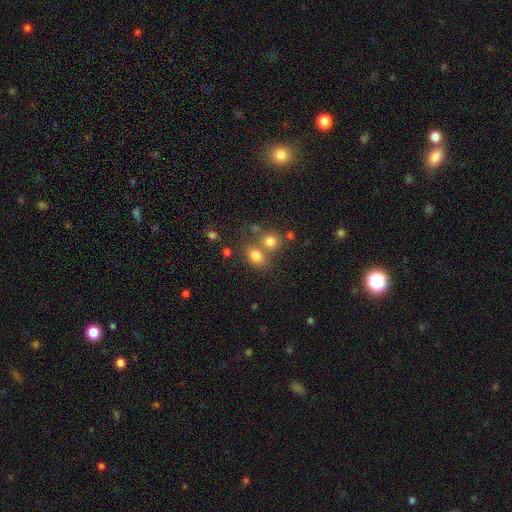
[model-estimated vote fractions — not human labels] A smooth galaxy with no disk features (78%) that is in between round and cigar-shaped (68%).

Vote fractions:
- Smooth or featured? smooth: 78% / star or artifact: 12% / featured or disk: 10%
- How rounded? in between: 68% / round: 31% / cigar-shaped: 2%
- Merging? none: 48% / merger: 35% / minor disturbance: 11% / major disturbance: 5%